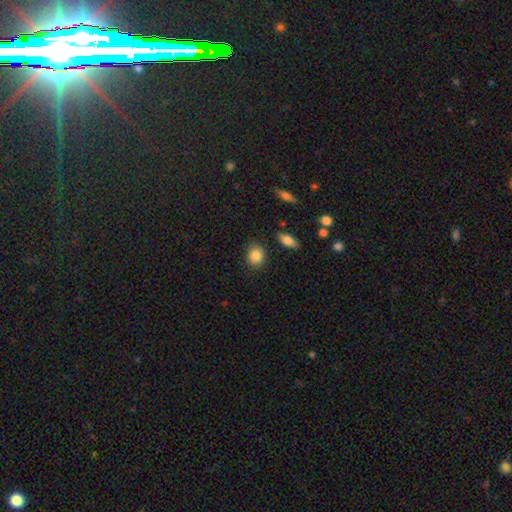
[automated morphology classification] A smooth galaxy with no disk features (86%) that is round (66%).

Vote fractions:
- Smooth or featured? smooth: 86% / star or artifact: 8% / featured or disk: 6%
- How rounded? round: 66% / in between: 32% / cigar-shaped: 1%
- Merging? none: 83% / minor disturbance: 11% / major disturbance: 3% / merger: 3%